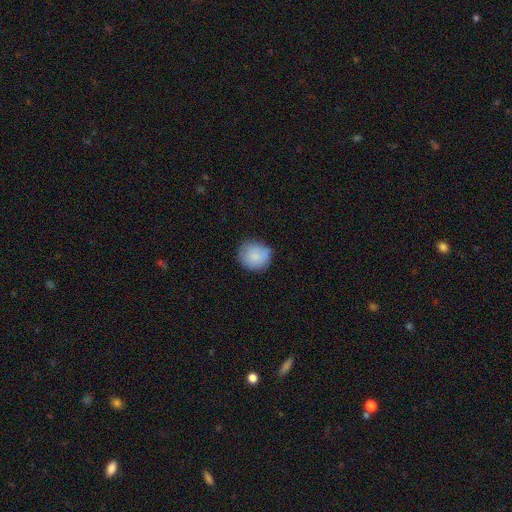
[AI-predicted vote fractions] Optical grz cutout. It shows a smooth galaxy with no disk features (86%) that is round (85%). Merging: none (74%).